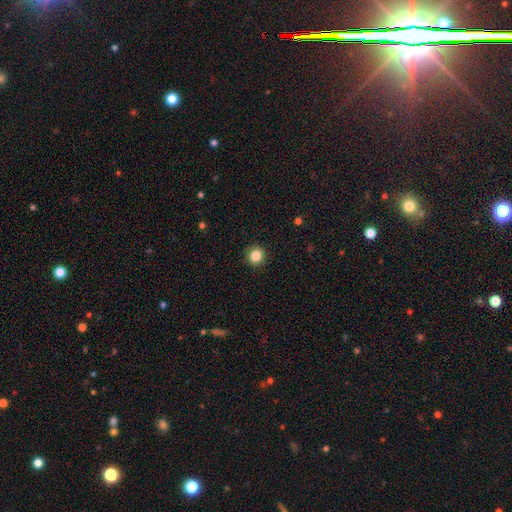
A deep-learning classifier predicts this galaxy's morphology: A smooth galaxy with no disk features (85%) that is round (93%).

Vote fractions:
- Smooth or featured? smooth: 85% / star or artifact: 10% / featured or disk: 5%
- How rounded? round: 93% / in between: 6% / cigar-shaped: 1%
- Merging? none: 92% / minor disturbance: 5% / major disturbance: 2% / merger: 1%